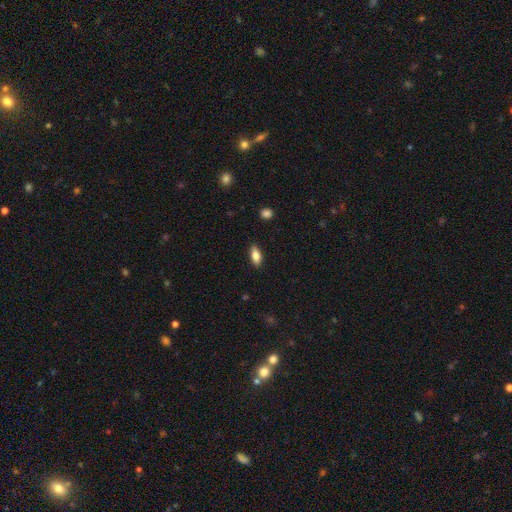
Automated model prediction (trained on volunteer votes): This appears to be a smooth galaxy with no disk features (79%) that is in between round and cigar-shaped (81%). Merging: none (88%).